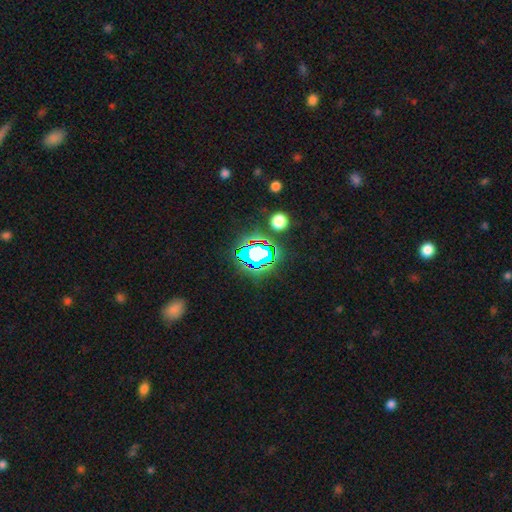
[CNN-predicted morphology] A star or artifact, not a galaxy (80%).

Vote fractions:
- Smooth or featured? star or artifact: 80% / smooth: 13% / featured or disk: 7%